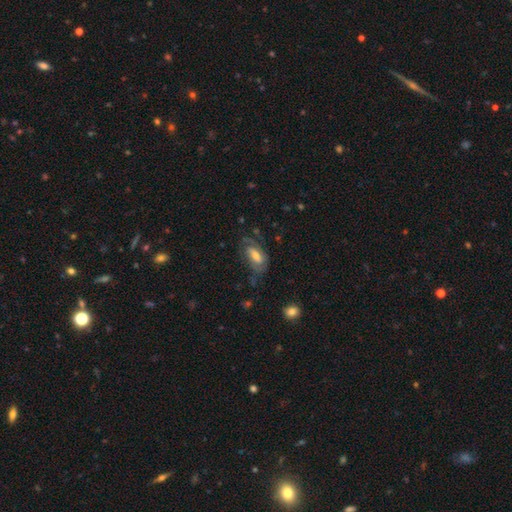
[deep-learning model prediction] Q: Smooth or featured?
A: featured or disk (47%); runner-up: smooth (44%)
Q: Merging?
A: none (52%); runner-up: minor disturbance (26%)